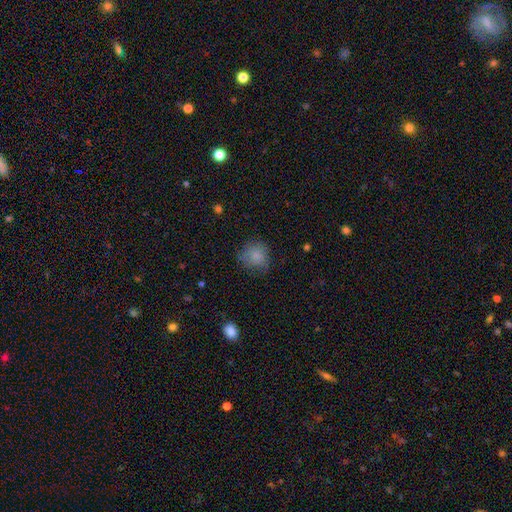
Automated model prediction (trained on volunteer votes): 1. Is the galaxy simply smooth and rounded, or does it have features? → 81% smooth, 9% featured or disk, 9% star or artifact.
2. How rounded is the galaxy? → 82% round, 17% in between, 1% cigar-shaped.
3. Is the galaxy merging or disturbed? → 65% none, 25% minor disturbance, 9% major disturbance, 1% merger.